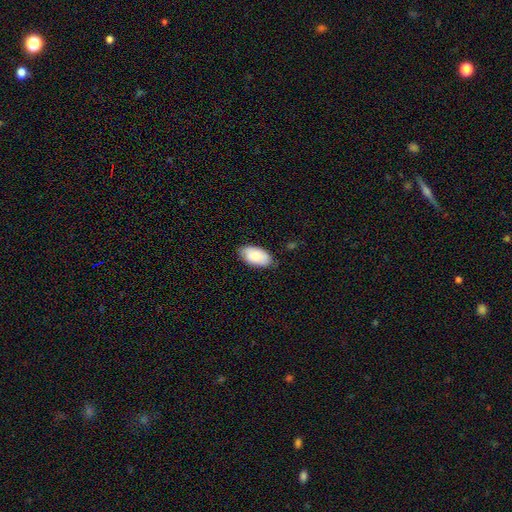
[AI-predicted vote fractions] Smooth or featured? Predicted: smooth (p=0.77). How rounded? Predicted: in between (p=0.95). Merging? Predicted: none (p=0.80).